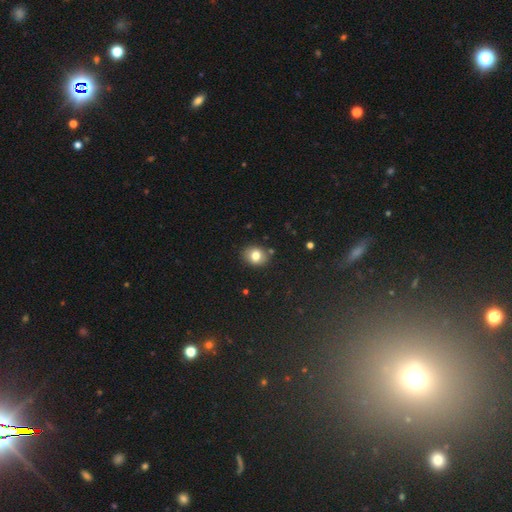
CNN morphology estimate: Smooth or featured?
  - smooth: 78% *
  - featured or disk: 11%
  - star or artifact: 11%
How rounded?
  - round: 59% *
  - in between: 41%
  - cigar-shaped: 1%
Merging?
  - none: 84% *
  - minor disturbance: 11%
  - merger: 3%
  - major disturbance: 2%